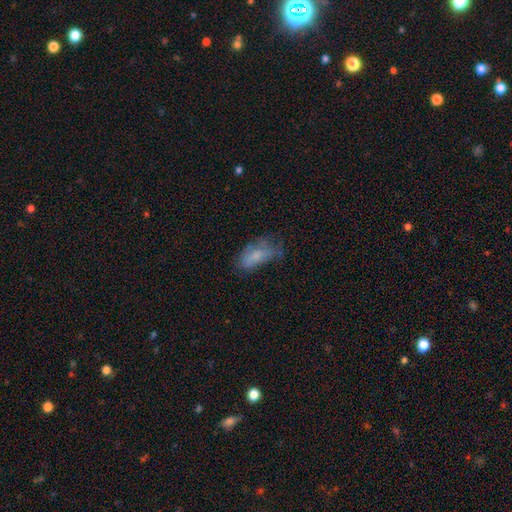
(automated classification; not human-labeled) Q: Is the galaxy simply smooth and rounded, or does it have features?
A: smooth — 66%.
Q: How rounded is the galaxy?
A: in between — 87%.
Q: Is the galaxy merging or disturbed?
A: none — 36%.